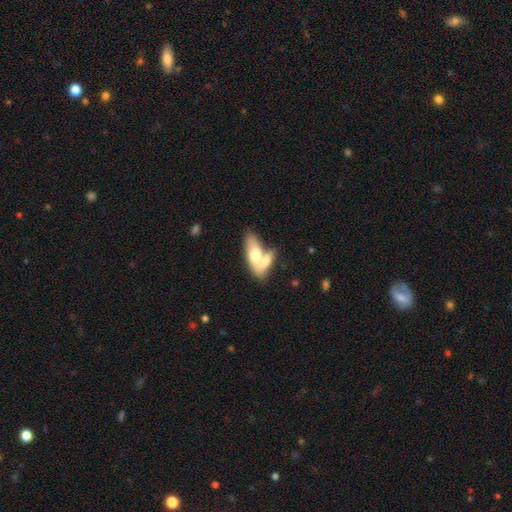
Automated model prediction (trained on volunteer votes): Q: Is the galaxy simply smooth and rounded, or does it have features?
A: smooth — 65%.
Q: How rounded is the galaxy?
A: in between — 77%.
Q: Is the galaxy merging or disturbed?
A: merger — 63%.